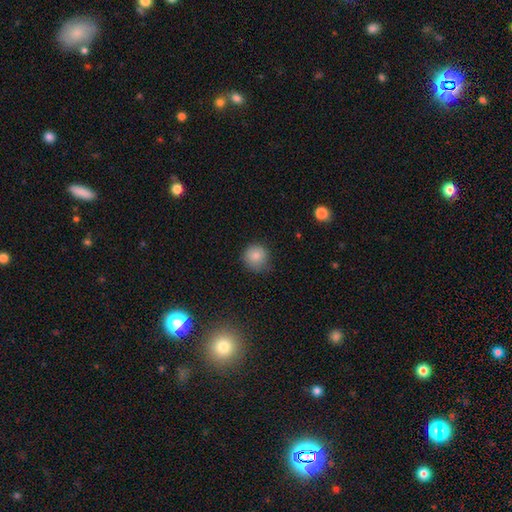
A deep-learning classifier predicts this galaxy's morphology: This appears to be a smooth galaxy with no disk features (82%) that is round (92%). Merging: none (75%).